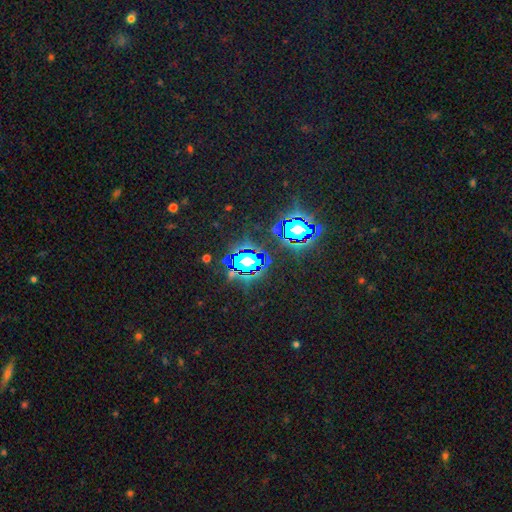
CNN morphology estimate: Smooth or featured?
  - star or artifact: 80% *
  - smooth: 14%
  - featured or disk: 7%